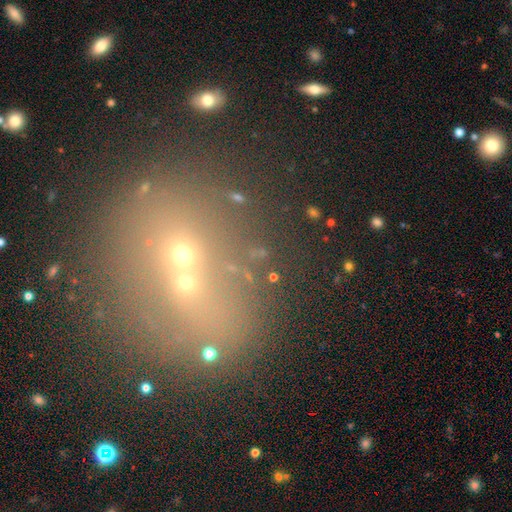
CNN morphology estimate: A star or artifact, not a galaxy (45%).